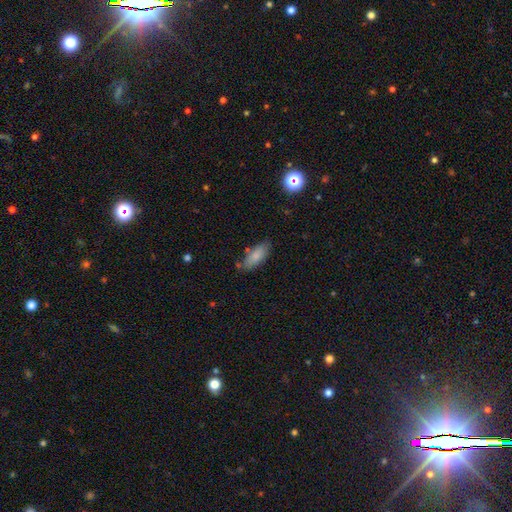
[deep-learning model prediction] A smooth galaxy with no disk features (80%) that is in between round and cigar-shaped (73%).

Vote fractions:
- Smooth or featured? smooth: 80% / featured or disk: 13% / star or artifact: 7%
- How rounded? in between: 73% / cigar-shaped: 25% / round: 2%
- Merging? none: 73% / minor disturbance: 18% / merger: 5% / major disturbance: 4%